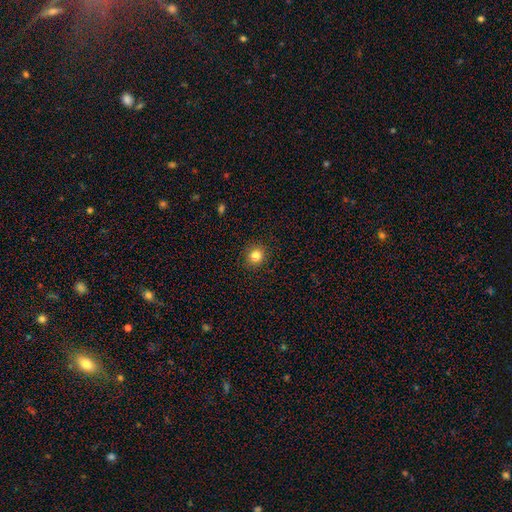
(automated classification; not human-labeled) This appears to be a smooth galaxy with no disk features (83%) that is round (88%). Merging: none (91%).